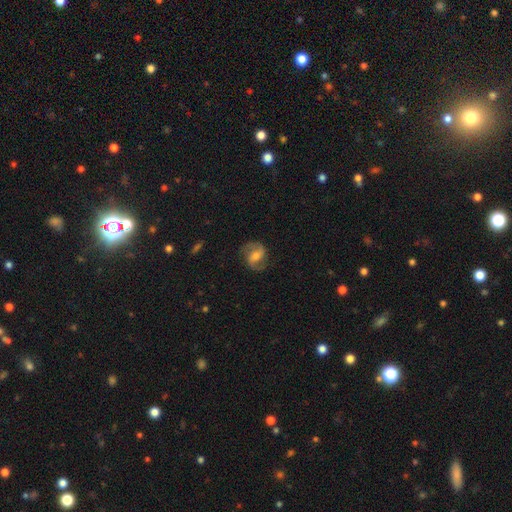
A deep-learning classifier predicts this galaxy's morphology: type=featured or disk (80%); edge-on=no (98%); bar=weak (47%); spiral arms=yes (95%); winding=medium (52%); arm count=2 (91%); bulge=moderate (53%); merging=none (78%).